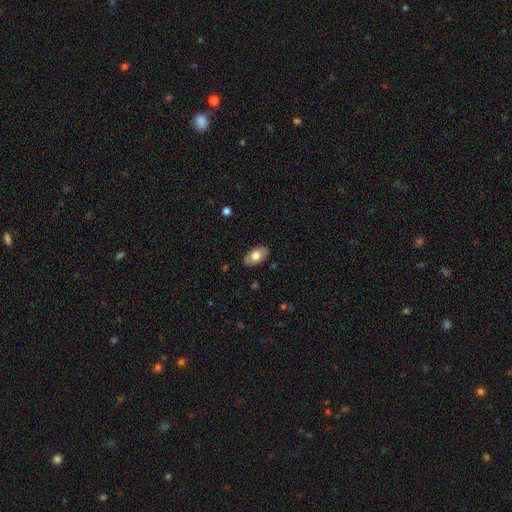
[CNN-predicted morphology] A smooth galaxy with no disk features (69%) that is in between round and cigar-shaped (94%).

Vote fractions:
- Smooth or featured? smooth: 69% / featured or disk: 25% / star or artifact: 6%
- How rounded? in between: 94% / round: 5% / cigar-shaped: 2%
- Merging? none: 85% / minor disturbance: 11% / major disturbance: 2% / merger: 1%